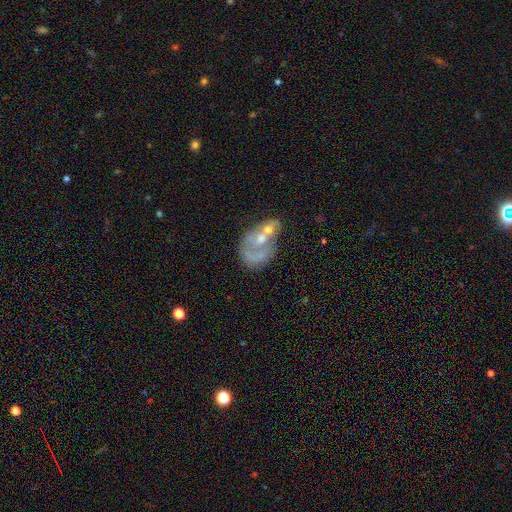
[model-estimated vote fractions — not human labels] A featured or disk galaxy (58%) with no bar (85%), no spiral arms (75%) and a moderate central bulge (50%).

Vote fractions:
- Smooth or featured? featured or disk: 58% / smooth: 33% / star or artifact: 9%
- Edge-on disk? no: 97% / yes: 3%
- Bar? no: 85% / weak: 12% / strong: 3%
- Spiral arms? no: 75% / yes: 25%
- Bulge size? moderate: 50% / none: 22% / small: 20% / large: 6% / dominant: 2%
- Merging? merger: 51% / major disturbance: 20% / none: 18% / minor disturbance: 11%